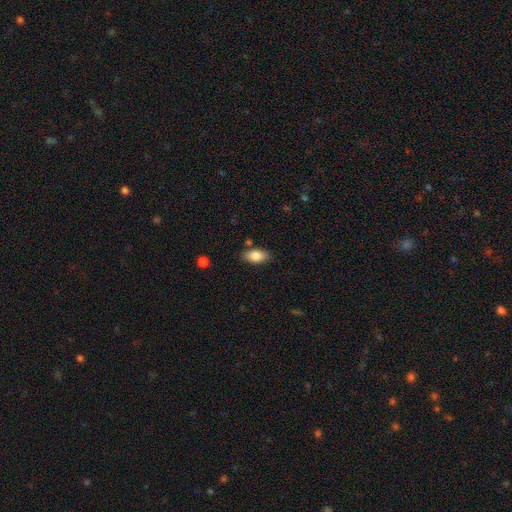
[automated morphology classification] type=smooth (83%); roundness=in between (91%); merging=none (83%).